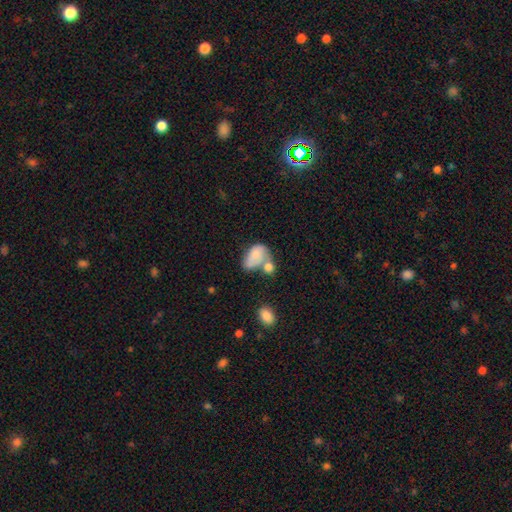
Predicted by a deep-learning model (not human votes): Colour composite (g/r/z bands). It shows a smooth galaxy with no disk features (69%) that is in between round and cigar-shaped (86%). Merging: merger (47%).